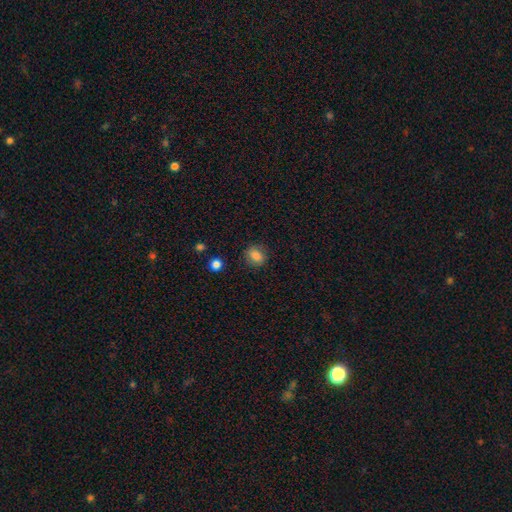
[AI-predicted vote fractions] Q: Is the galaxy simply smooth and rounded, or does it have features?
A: smooth — 84%.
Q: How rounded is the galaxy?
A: round — 51%.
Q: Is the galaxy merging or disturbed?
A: none — 83%.